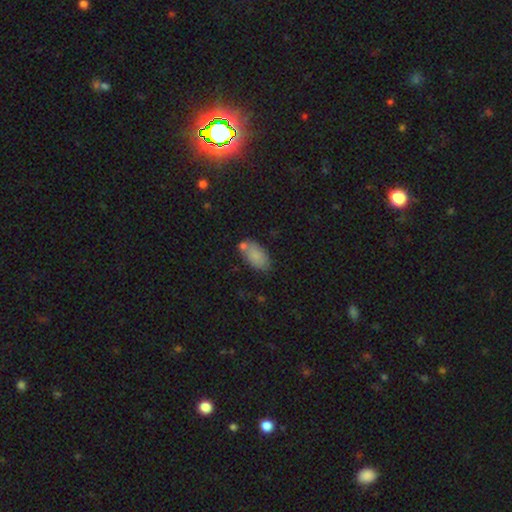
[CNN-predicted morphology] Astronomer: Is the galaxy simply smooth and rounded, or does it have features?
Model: smooth — 83%.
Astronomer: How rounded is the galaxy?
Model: in between — 93%.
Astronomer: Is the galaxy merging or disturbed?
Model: none — 67%.